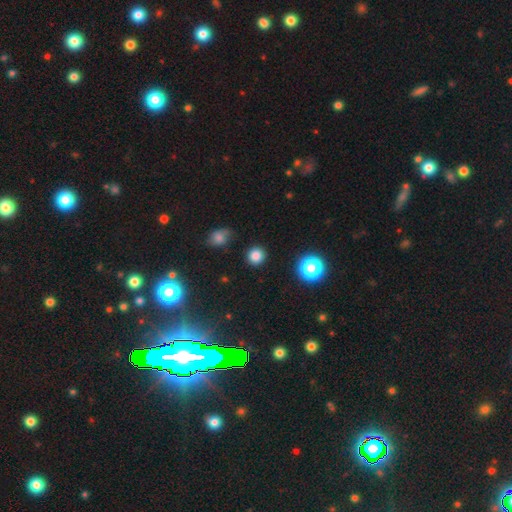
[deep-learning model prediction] Smooth or featured? smooth (81%)
How rounded? round (92%)
Merging? none (89%)